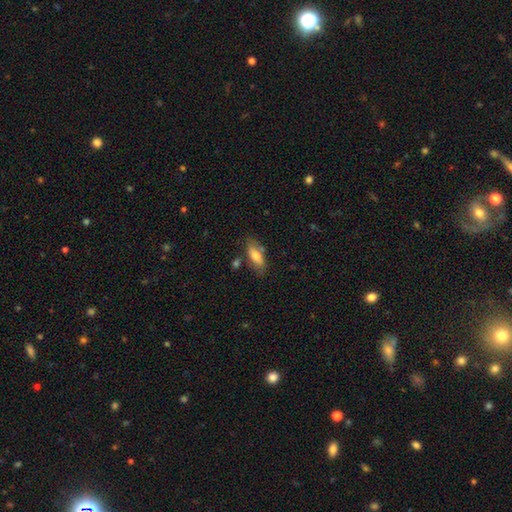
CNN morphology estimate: The model was most divided on "merging": none: 67%, minor disturbance: 20%, merger: 8%, major disturbance: 5%. More confident: how rounded — in between (74%); smooth or featured — smooth (71%).